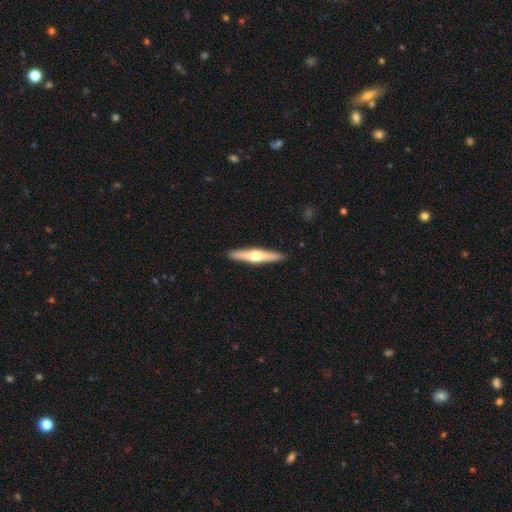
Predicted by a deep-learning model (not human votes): A featured or disk galaxy (61%) viewed edge-on (96%) with a rounded central bulge (94%).

Vote fractions:
- Smooth or featured? featured or disk: 61% / smooth: 34% / star or artifact: 5%
- Edge-on disk? yes: 96% / no: 4%
- Edge-on bulge? rounded: 94% / none: 3% / boxy: 3%
- Merging? none: 91% / minor disturbance: 6% / major disturbance: 1% / merger: 1%